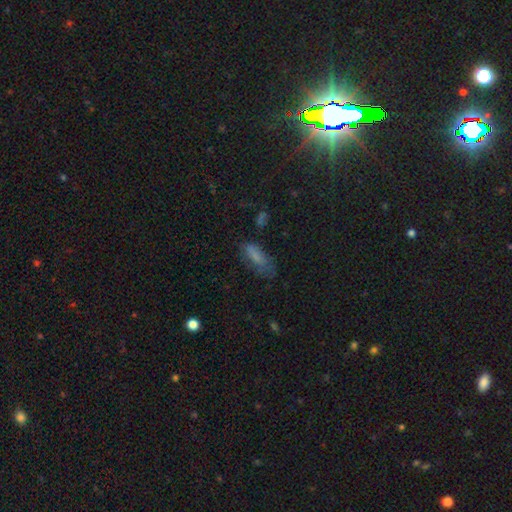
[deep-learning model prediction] This is likely a smooth galaxy (72%). How rounded: likely in between (69%). Merging: possibly none (53%).